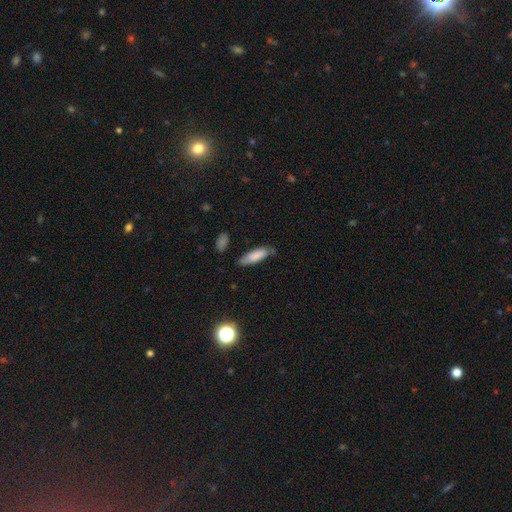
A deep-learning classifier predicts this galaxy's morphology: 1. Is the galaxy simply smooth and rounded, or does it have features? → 83% smooth, 10% featured or disk, 7% star or artifact.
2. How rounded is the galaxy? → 53% cigar-shaped, 45% in between, 2% round.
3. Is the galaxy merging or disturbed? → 69% none, 23% minor disturbance, 4% major disturbance, 4% merger.